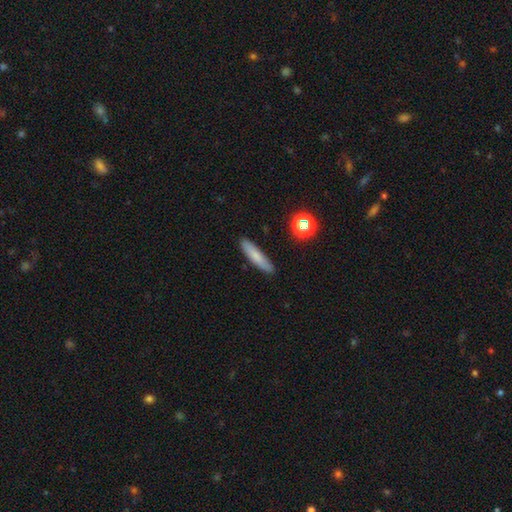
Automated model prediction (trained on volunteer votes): Smooth or featured?
  - smooth: 74% *
  - featured or disk: 17%
  - star or artifact: 9%
How rounded?
  - cigar-shaped: 84% *
  - in between: 14%
  - round: 2%
Merging?
  - none: 89% *
  - minor disturbance: 8%
  - major disturbance: 2%
  - merger: 1%